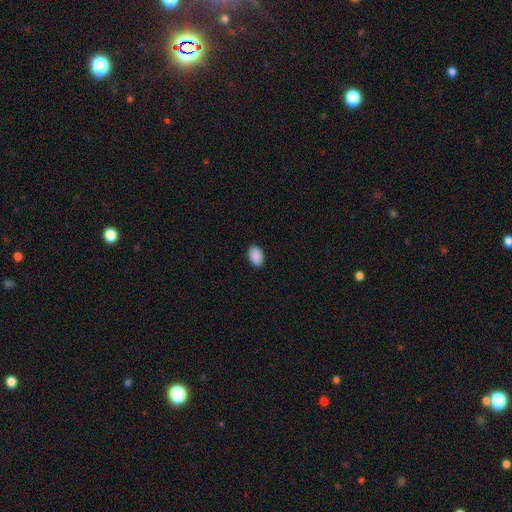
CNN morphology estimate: Smooth or featured?
  - smooth: 91% *
  - star or artifact: 7%
  - featured or disk: 2%
How rounded?
  - in between: 87% *
  - round: 12%
  - cigar-shaped: 1%
Merging?
  - none: 90% *
  - minor disturbance: 7%
  - major disturbance: 2%
  - merger: 1%